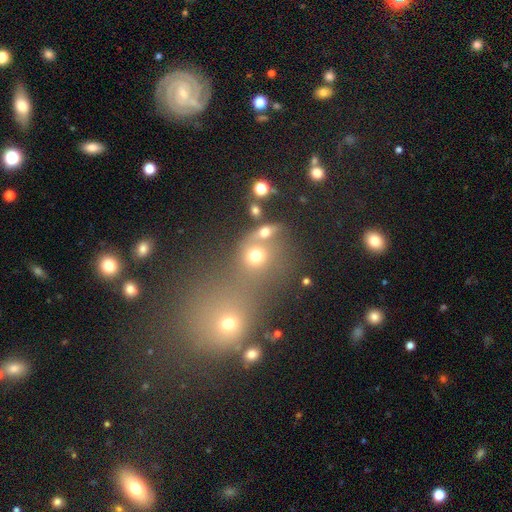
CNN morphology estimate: A smooth galaxy with no disk features (70%) that is round (76%).

Vote fractions:
- Smooth or featured? smooth: 70% / star or artifact: 17% / featured or disk: 13%
- How rounded? round: 76% / in between: 22% / cigar-shaped: 2%
- Merging? none: 44% / merger: 41% / minor disturbance: 9% / major disturbance: 6%